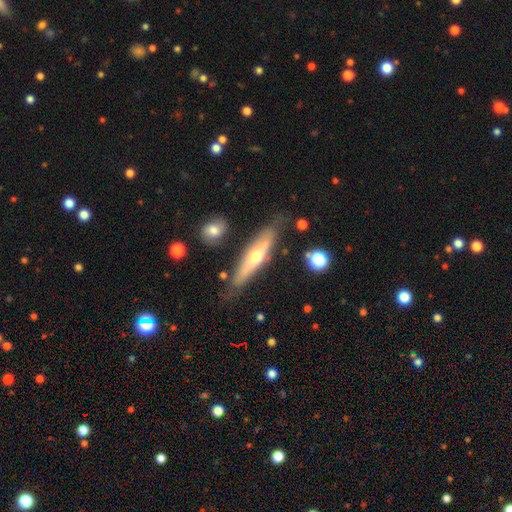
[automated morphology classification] Q: Smooth or featured?
A: featured or disk (57%); runner-up: smooth (37%)
Q: Edge-on disk?
A: yes (82%); runner-up: no (18%)
Q: Merging?
A: none (73%); runner-up: minor disturbance (18%)